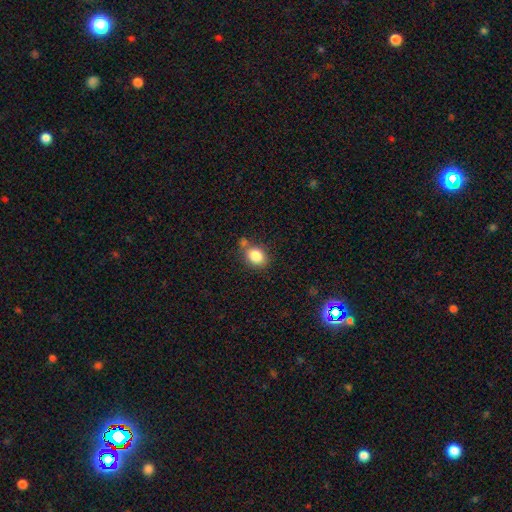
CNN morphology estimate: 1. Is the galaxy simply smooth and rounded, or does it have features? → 85% smooth, 9% star or artifact, 6% featured or disk.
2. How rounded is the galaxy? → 59% in between, 40% round, 1% cigar-shaped.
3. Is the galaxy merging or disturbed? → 63% none, 17% merger, 15% minor disturbance, 5% major disturbance.